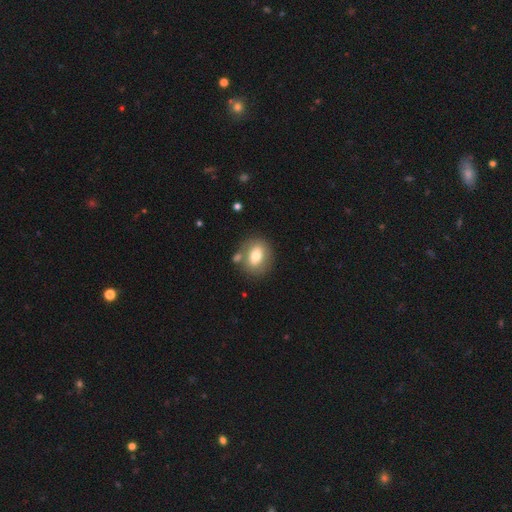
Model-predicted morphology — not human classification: Smooth or featured?
  - smooth: 70% *
  - featured or disk: 22%
  - star or artifact: 8%
How rounded?
  - in between: 55% *
  - round: 44%
  - cigar-shaped: 1%
Merging?
  - none: 70% *
  - merger: 14%
  - minor disturbance: 12%
  - major disturbance: 4%